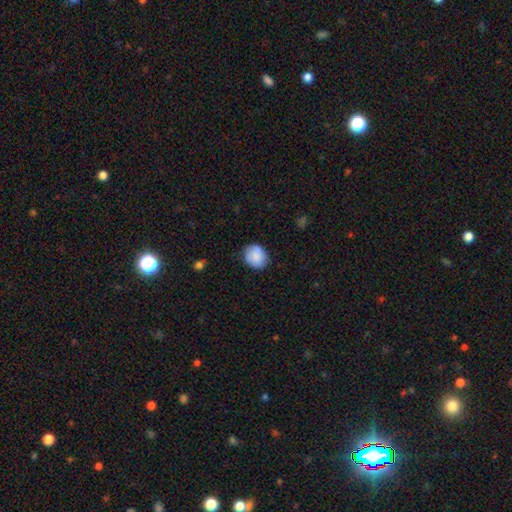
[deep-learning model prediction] A smooth galaxy with no disk features (85%) that is round (70%). Merging: none (79%).